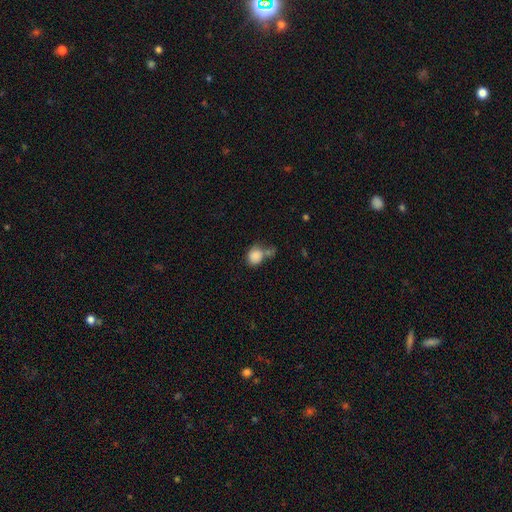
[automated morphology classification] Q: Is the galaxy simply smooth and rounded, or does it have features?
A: smooth — 86%.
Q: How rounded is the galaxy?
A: round — 66%.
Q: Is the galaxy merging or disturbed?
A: none — 44%.